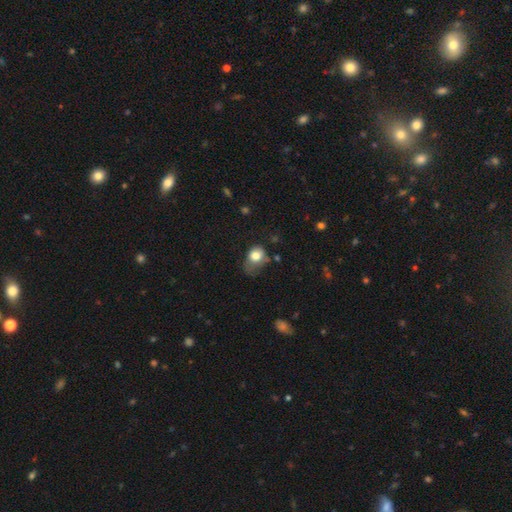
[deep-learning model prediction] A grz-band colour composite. It shows a smooth galaxy with no disk features (78%) that is in between round and cigar-shaped (57%). Merging: minor disturbance (38%).